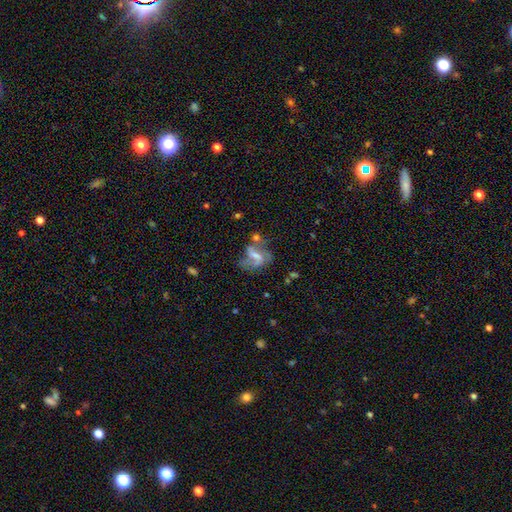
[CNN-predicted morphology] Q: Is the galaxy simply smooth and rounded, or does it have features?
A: featured or disk — 60%.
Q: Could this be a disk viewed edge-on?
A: no — 96%.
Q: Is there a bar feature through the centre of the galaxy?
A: weak — 44%.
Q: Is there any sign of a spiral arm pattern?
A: yes — 68%.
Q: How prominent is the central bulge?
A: small — 37%.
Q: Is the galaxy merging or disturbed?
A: none — 34%.